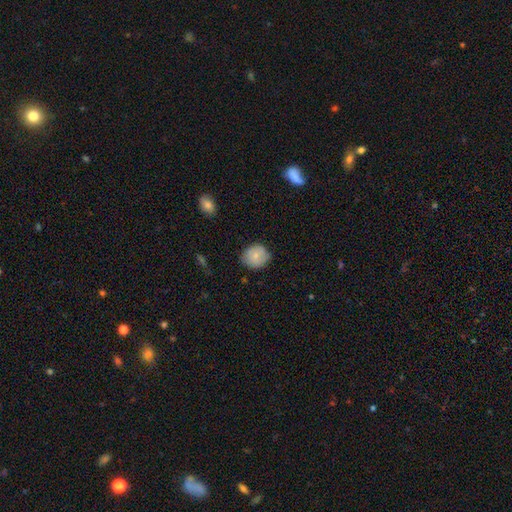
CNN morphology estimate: This appears to be a smooth galaxy with no disk features (72%) that is round (80%). Merging: none (74%).